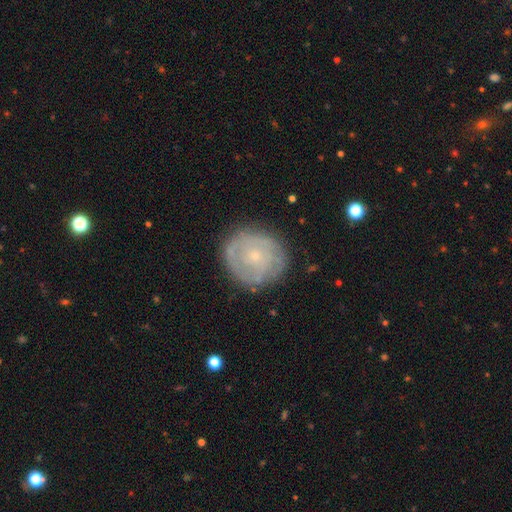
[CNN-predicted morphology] smooth-or-featured: featured or disk: 64% | smooth: 29% | star or artifact: 7%
  disk-edge-on: no: 97% | yes: 3%
    bar: no: 81% | weak: 16% | strong: 3%
    has-spiral-arms: yes: 73% | no: 27%
    bulge-size: small: 77% | moderate: 18% | none: 3% | large: 1% | dominant: 1%
  merging: none: 80% | minor disturbance: 14% | major disturbance: 5% | merger: 1%